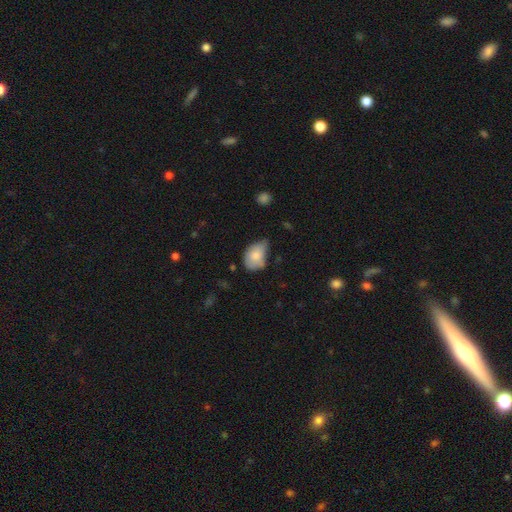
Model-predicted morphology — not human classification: The model was most divided on "merging": minor disturbance: 50%, none: 32%, major disturbance: 14%, merger: 4%. More confident: smooth or featured — smooth (79%); how rounded — in between (78%).